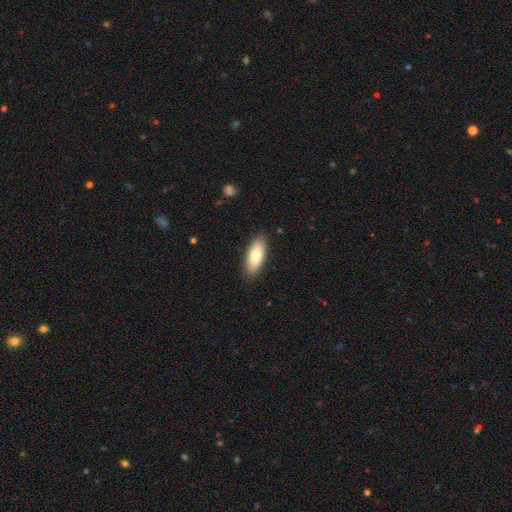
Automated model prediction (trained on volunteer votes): This appears to be a smooth galaxy with no disk features (82%) that is in between round and cigar-shaped (76%). Merging: none (88%).